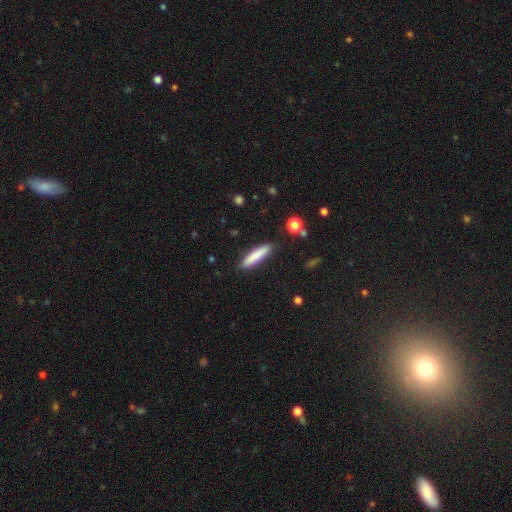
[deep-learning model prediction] Smooth or featured: smooth — 81% (featured or disk — 13%)
How rounded: cigar-shaped — 83% (in between — 16%)
Merging: none — 88% (minor disturbance — 8%)